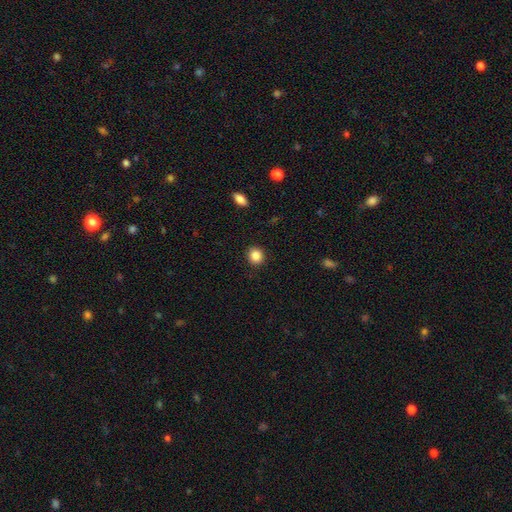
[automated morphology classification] Overall: smooth (85%). How rounded: round (84%). Merging: none (91%).